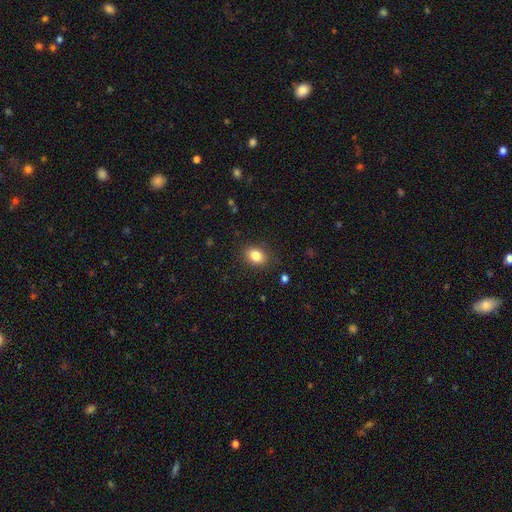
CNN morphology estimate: Overall: smooth (84%). How rounded: in between (62%; round 36%). Merging: none (85%).